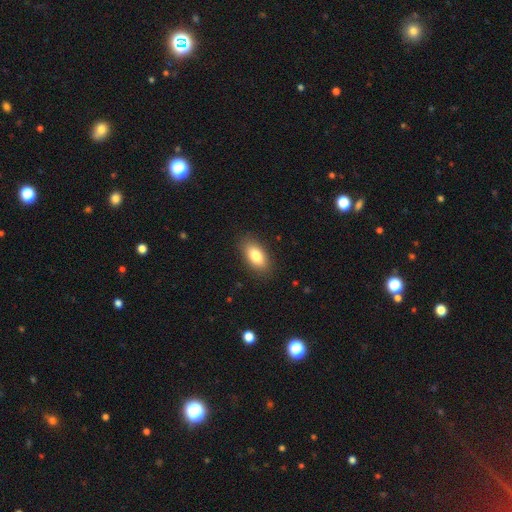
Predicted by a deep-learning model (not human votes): smooth_or_featured: smooth (p=0.81) [alt: featured or disk p=0.12]
how_rounded: in between (p=0.90) [alt: cigar-shaped p=0.06]
merging: none (p=0.87) [alt: minor disturbance p=0.09]